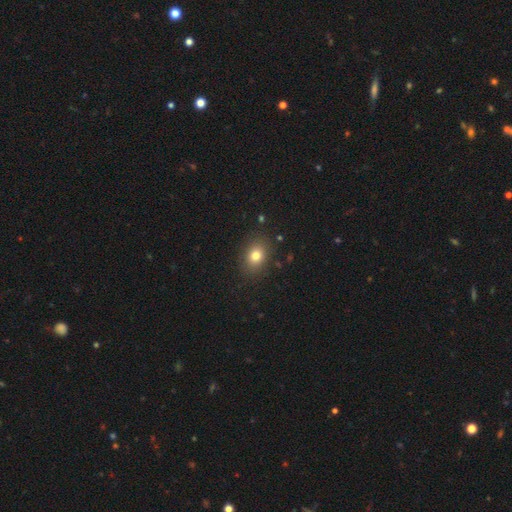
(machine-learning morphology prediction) Q: Smooth or featured?
A: smooth (79%); runner-up: star or artifact (12%)
Q: How rounded?
A: in between (59%); runner-up: round (40%)
Q: Merging?
A: none (87%); runner-up: minor disturbance (9%)